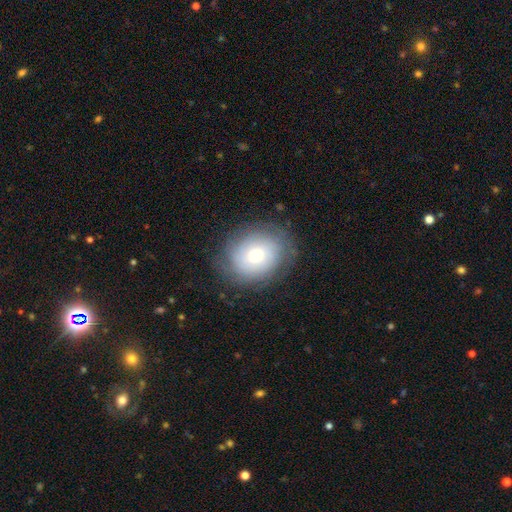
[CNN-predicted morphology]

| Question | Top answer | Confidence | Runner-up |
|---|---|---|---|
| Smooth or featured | smooth | 50% | featured or disk (38%) |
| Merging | none | 80% | minor disturbance (13%) |